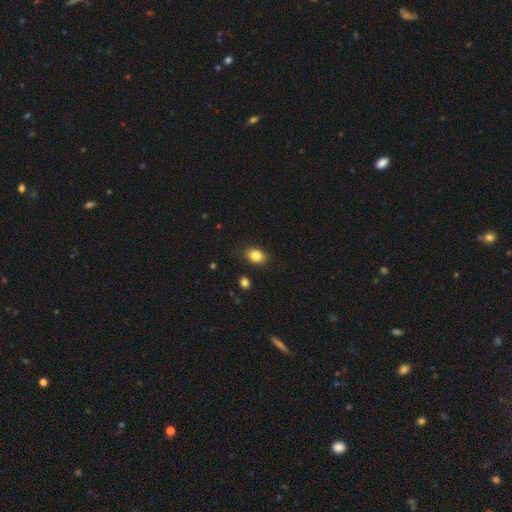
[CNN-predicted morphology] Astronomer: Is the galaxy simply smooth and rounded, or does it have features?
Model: smooth — 83%.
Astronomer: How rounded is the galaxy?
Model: in between — 75%.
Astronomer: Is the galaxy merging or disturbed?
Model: none — 83%.